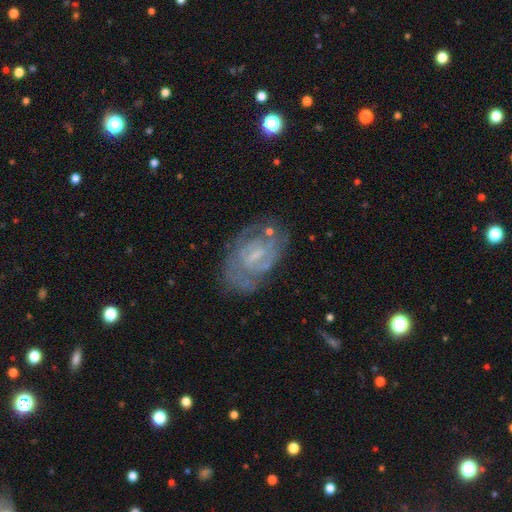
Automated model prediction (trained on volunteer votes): featured or disk 77%, smooth 15%, star or artifact 7%. Down the decision tree: edge-on disk — no (96%); bar — weak (54%); spiral arms — yes (81%); spiral arm count — can't tell (41%); spiral winding — tight (54%); bulge size — small (47%); merging — none (65%).